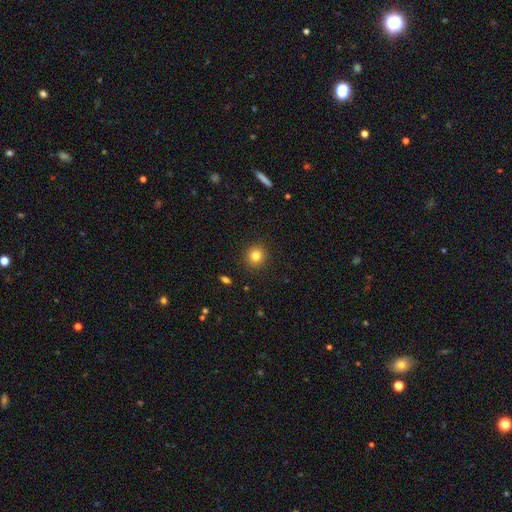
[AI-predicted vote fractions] The model was most divided on "smooth or featured": smooth: 82%, star or artifact: 12%, featured or disk: 7%. More confident: merging — none (91%); how rounded — round (90%).